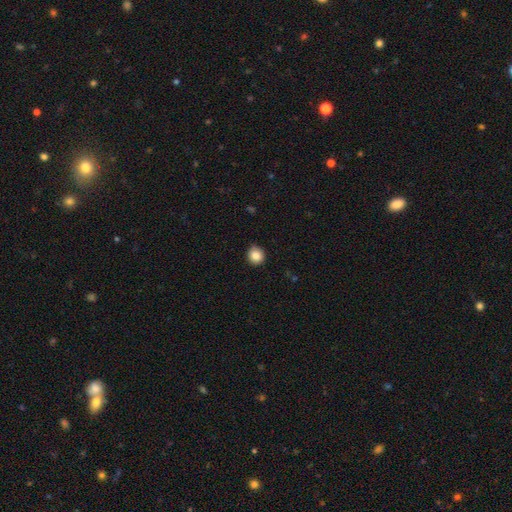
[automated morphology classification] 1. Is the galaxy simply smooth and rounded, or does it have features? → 87% smooth, 9% star or artifact, 4% featured or disk.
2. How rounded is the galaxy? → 86% round, 13% in between, 1% cigar-shaped.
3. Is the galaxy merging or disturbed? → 87% none, 10% minor disturbance, 2% major disturbance, 1% merger.